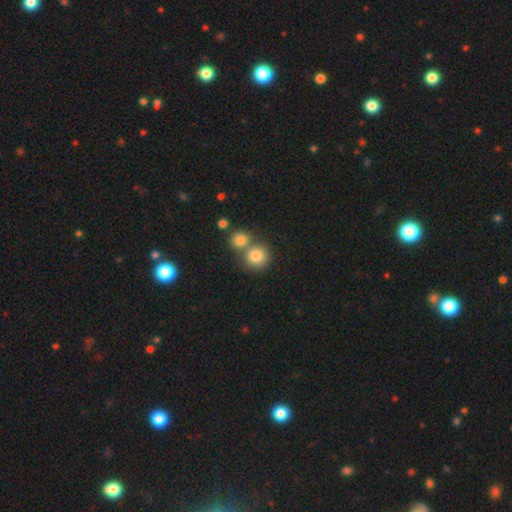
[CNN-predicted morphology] A smooth galaxy with no disk features (82%) that is round (87%). Merging: none (46%).